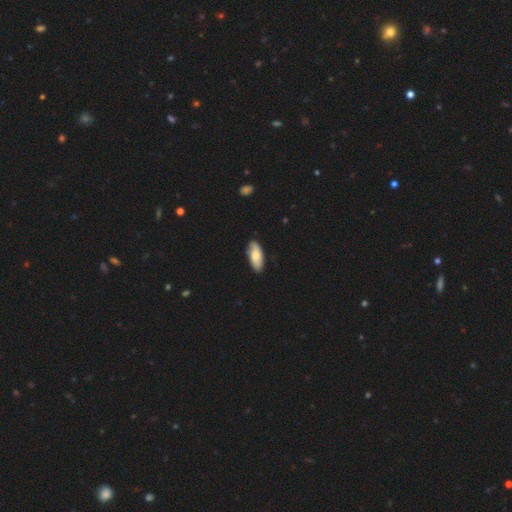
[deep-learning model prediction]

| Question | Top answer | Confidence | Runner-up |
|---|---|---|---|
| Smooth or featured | smooth | 71% | featured or disk (23%) |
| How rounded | in between | 80% | cigar-shaped (18%) |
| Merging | none | 86% | minor disturbance (11%) |